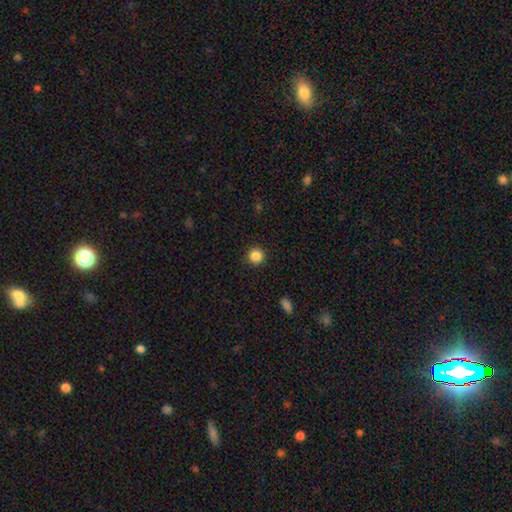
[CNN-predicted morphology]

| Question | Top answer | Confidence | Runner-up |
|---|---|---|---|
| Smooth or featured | smooth | 85% | star or artifact (11%) |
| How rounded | round | 95% | in between (4%) |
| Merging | none | 91% | minor disturbance (6%) |